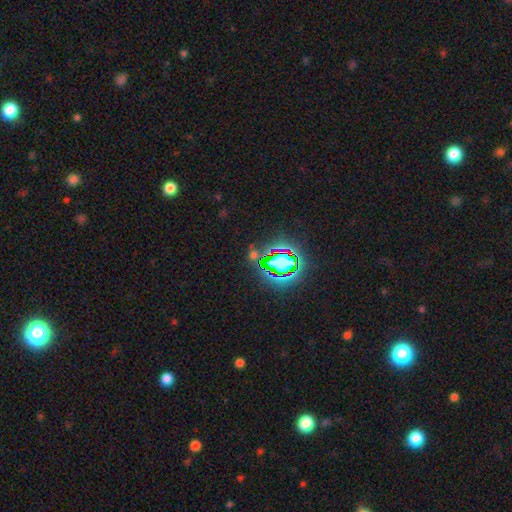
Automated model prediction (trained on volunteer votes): This appears to be a star or artifact, not a galaxy (75%).